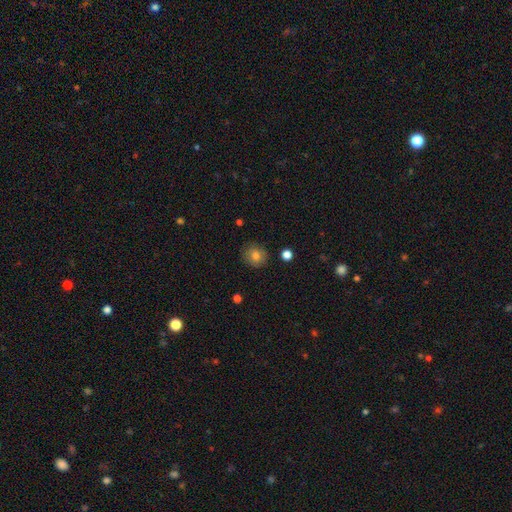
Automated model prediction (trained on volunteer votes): A smooth galaxy with no disk features (79%) that is round (83%). Merging: none (86%).